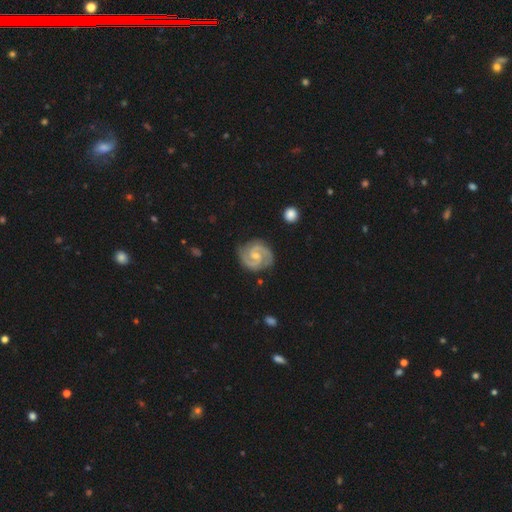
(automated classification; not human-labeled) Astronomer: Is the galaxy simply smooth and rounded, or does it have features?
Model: featured or disk — 92%.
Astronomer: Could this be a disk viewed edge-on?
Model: no — 98%.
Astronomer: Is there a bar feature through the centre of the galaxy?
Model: weak — 47% (runner-up: no, 39%).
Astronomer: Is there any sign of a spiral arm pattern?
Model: yes — 99%.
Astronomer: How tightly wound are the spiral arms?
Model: tight — 51% (runner-up: medium, 44%).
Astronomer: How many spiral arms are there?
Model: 2 — 92%.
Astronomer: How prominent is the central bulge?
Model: small — 55% (runner-up: moderate, 38%).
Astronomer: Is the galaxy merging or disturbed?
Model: none — 82%.